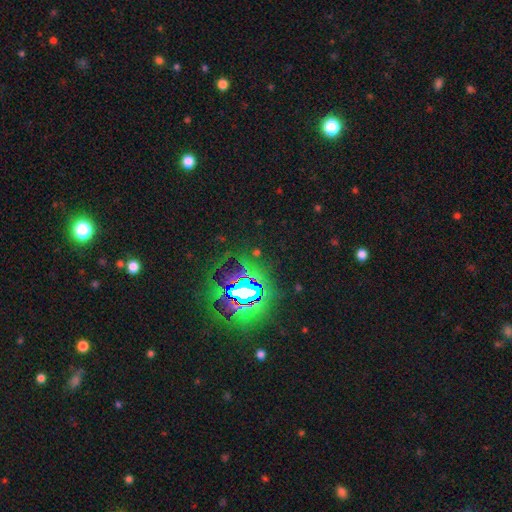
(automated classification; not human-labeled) The model was most divided on "smooth or featured": star or artifact: 80%, featured or disk: 10%, smooth: 10%.